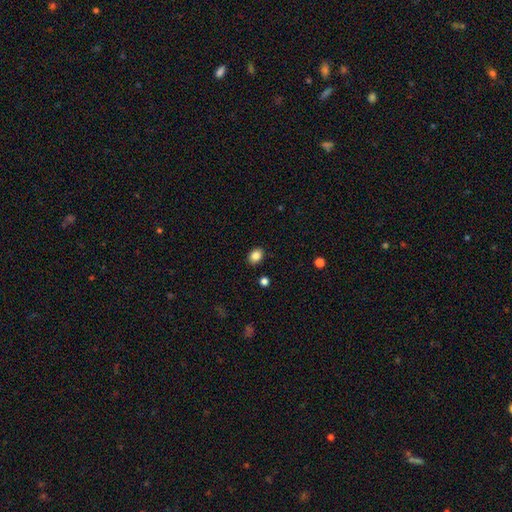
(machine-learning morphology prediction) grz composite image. It shows a smooth galaxy with no disk features (86%) that is in between round and cigar-shaped (64%). Merging: none (88%).